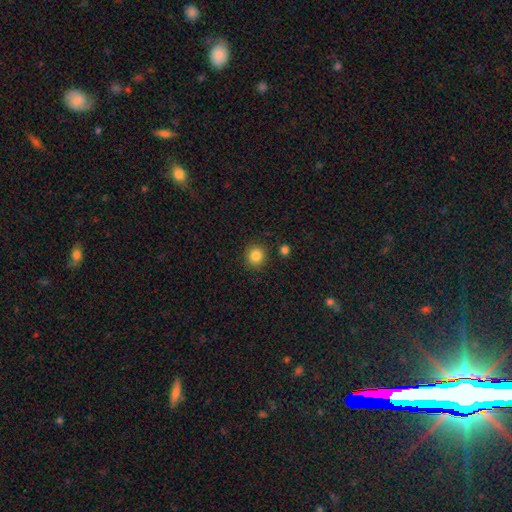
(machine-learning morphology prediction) Smooth or featured? Predicted: smooth (p=0.85). How rounded? Predicted: round (p=0.89). Merging? Predicted: none (p=0.88).